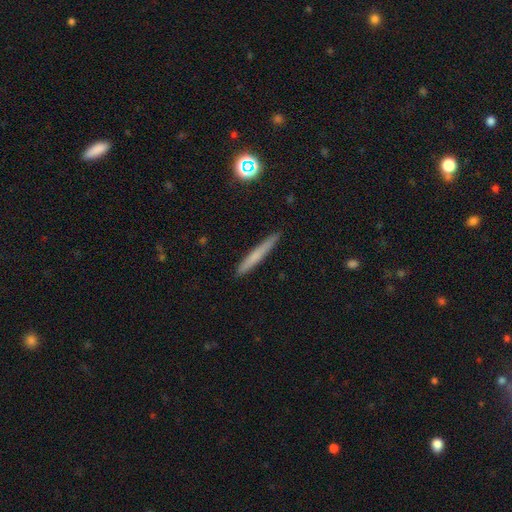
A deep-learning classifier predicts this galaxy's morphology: The model was most divided on "smooth or featured": smooth: 63%, featured or disk: 28%, star or artifact: 8%. More confident: how rounded — cigar-shaped (96%); merging — none (89%).